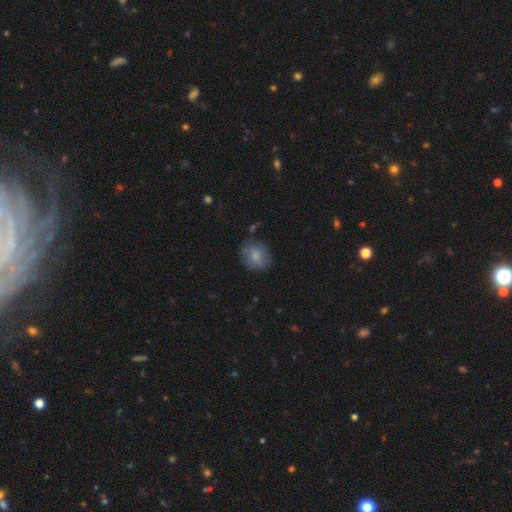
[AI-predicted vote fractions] A smooth galaxy with no disk features (76%) that is round (55%).

Vote fractions:
- Smooth or featured? smooth: 76% / featured or disk: 16% / star or artifact: 8%
- How rounded? round: 55% / in between: 43% / cigar-shaped: 1%
- Merging? none: 74% / minor disturbance: 19% / major disturbance: 5% / merger: 2%